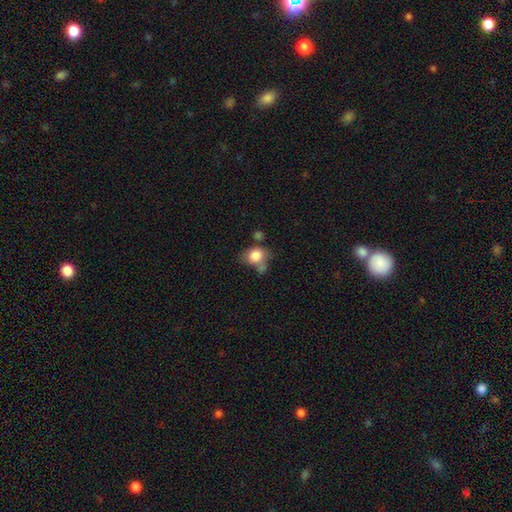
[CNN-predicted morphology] The model was most divided on "how rounded": round: 56%, in between: 43%, cigar-shaped: 1%. Remaining: smooth or featured — smooth (81%); merging — none (42%).